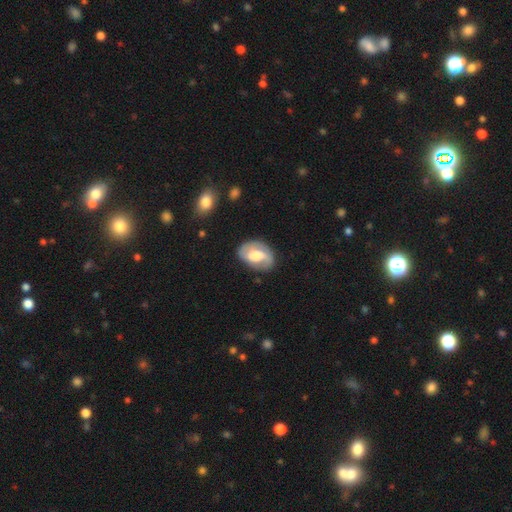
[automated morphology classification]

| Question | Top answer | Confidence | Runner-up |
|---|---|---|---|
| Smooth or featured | featured or disk | 63% | smooth (31%) |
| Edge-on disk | no | 96% | yes (4%) |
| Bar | weak | 46% | no (29%) |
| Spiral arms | yes | 75% | no (25%) |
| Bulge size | moderate | 54% | large (30%) |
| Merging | none | 74% | minor disturbance (18%) |